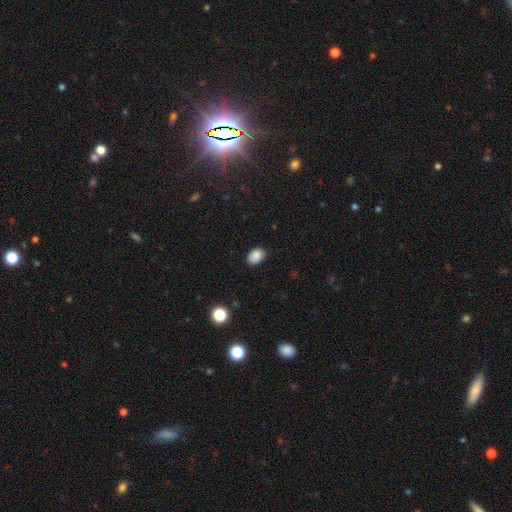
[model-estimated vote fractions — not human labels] The model was most divided on "how rounded": in between: 83%, round: 16%, cigar-shaped: 1%. More confident: smooth or featured — smooth (87%); merging — none (86%).